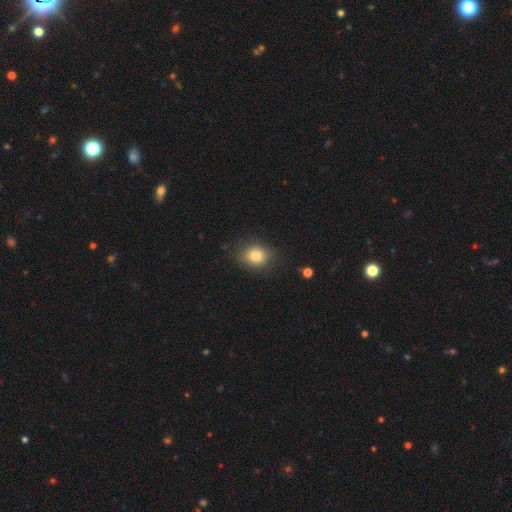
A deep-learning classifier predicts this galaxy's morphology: Smooth or featured? Predicted: smooth (p=0.82). How rounded? Predicted: round (p=0.57). Merging? Predicted: none (p=0.79).